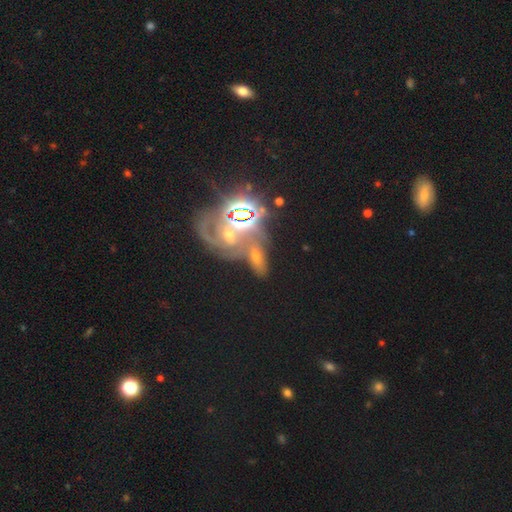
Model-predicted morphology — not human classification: A star or artifact, not a galaxy (41%).